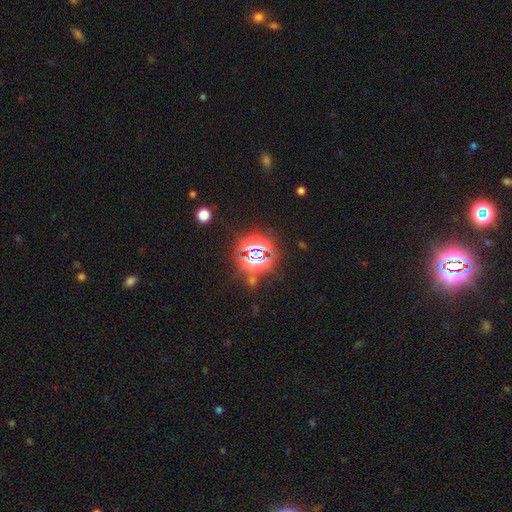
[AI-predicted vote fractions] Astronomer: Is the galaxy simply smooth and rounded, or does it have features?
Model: star or artifact — 77%.